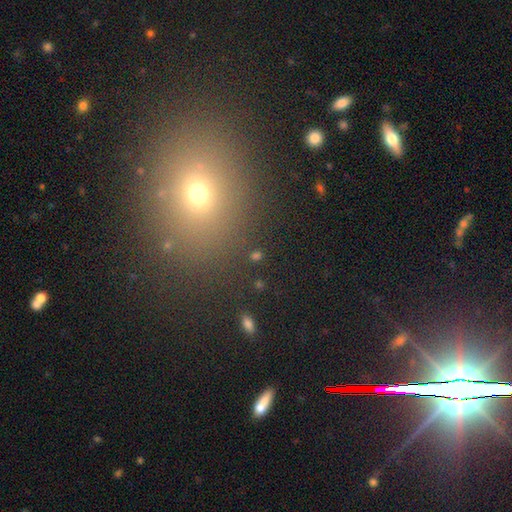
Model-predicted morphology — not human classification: The model was most divided on "smooth or featured": smooth: 55%, star or artifact: 34%, featured or disk: 11%. More confident: merging — none (83%); how rounded — round (59%).